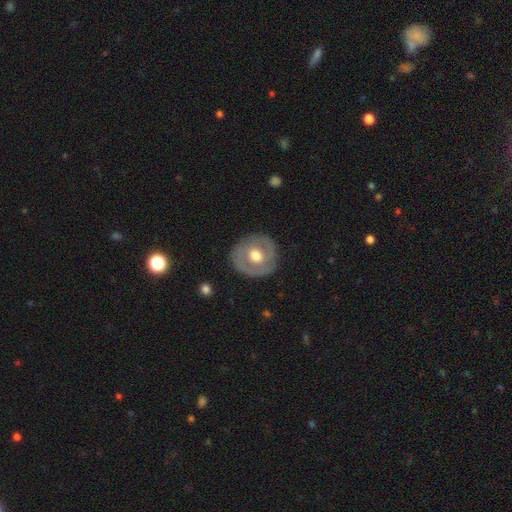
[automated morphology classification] Smooth or featured? Predicted: featured or disk (p=0.59). Edge-on disk? Predicted: no (p=0.96). Bar? Predicted: no (p=0.74). Spiral arms? Predicted: no (p=0.58). Bulge size? Predicted: moderate (p=0.70). Merging? Predicted: none (p=0.84).